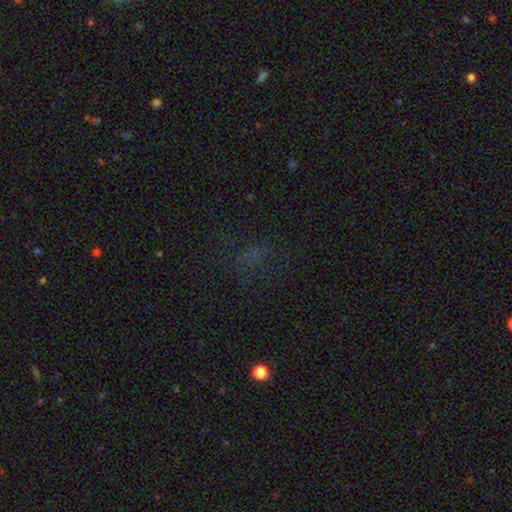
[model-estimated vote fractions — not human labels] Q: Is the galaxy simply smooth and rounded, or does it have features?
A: star or artifact — 46%.